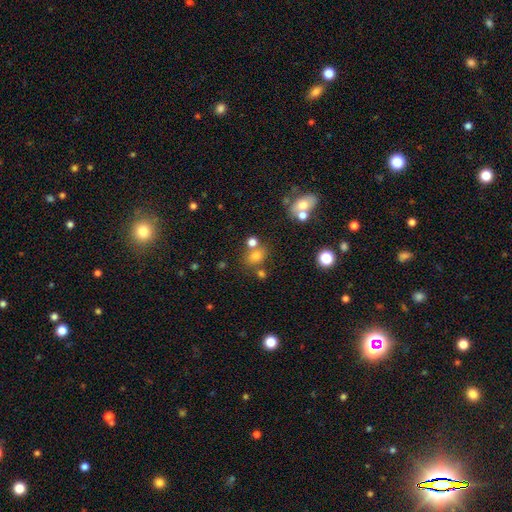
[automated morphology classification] Smooth or featured? Predicted: smooth (p=0.70). How rounded? Predicted: in between (p=0.51). Merging? Predicted: none (p=0.61).